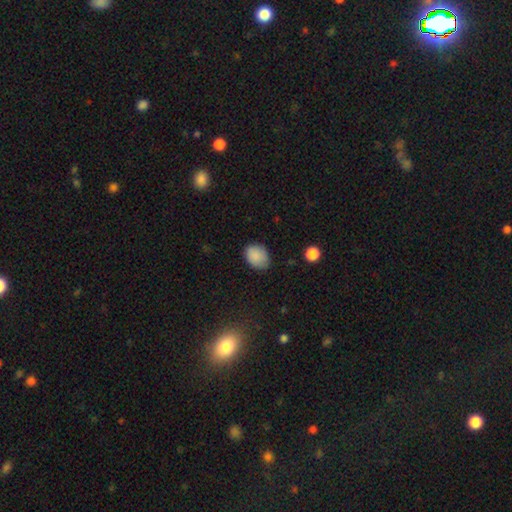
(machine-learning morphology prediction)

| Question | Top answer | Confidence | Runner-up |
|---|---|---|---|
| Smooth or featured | smooth | 88% | star or artifact (8%) |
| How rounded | in between | 66% | round (33%) |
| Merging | none | 78% | minor disturbance (17%) |